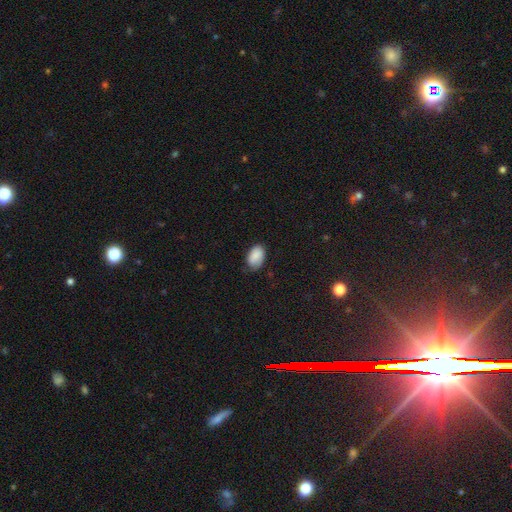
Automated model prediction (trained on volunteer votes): The model was most divided on "merging": none: 67%, minor disturbance: 27%, major disturbance: 5%, merger: 1%. More confident: how rounded — in between (90%); smooth or featured — smooth (86%).